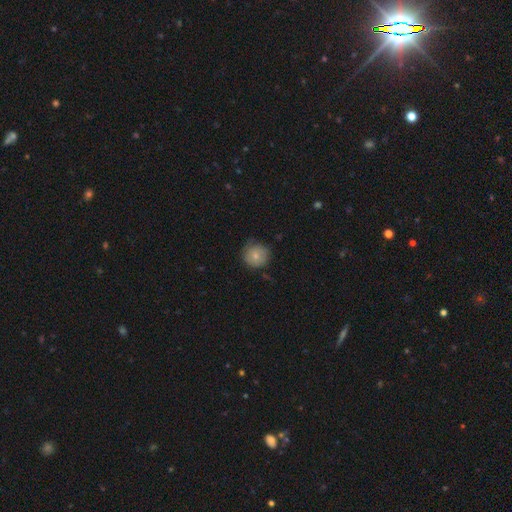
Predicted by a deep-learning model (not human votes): Smooth or featured: smooth — 74% (featured or disk — 17%)
How rounded: round — 92% (in between — 7%)
Merging: none — 72% (minor disturbance — 23%)